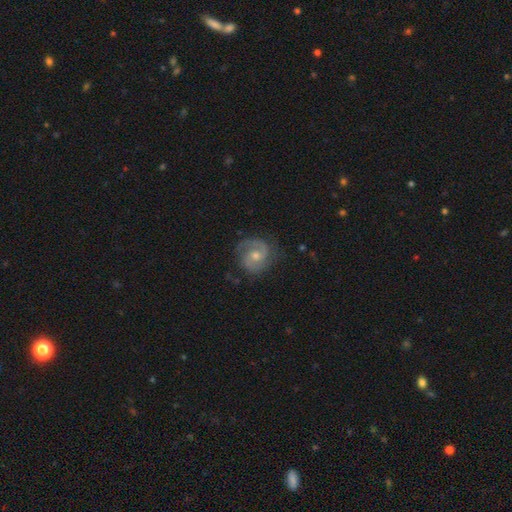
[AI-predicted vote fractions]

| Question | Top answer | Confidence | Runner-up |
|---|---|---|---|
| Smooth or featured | featured or disk | 88% | smooth (6%) |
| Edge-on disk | no | 98% | yes (2%) |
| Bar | no | 55% | weak (38%) |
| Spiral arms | yes | 98% | no (2%) |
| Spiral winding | medium | 48% | tight (41%) |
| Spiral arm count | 2 | 89% | can't tell (4%) |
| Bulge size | moderate | 52% | small (44%) |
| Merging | none | 81% | minor disturbance (13%) |